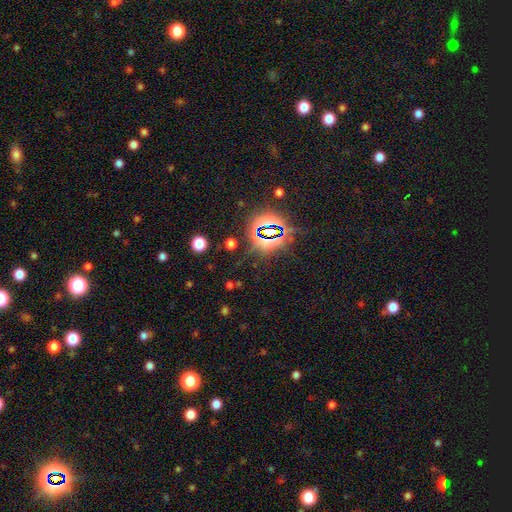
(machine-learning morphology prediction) smooth_or_featured: star or artifact (p=0.82) [alt: smooth p=0.11]